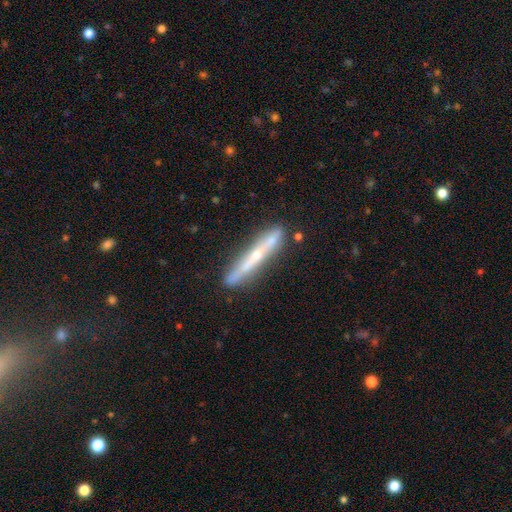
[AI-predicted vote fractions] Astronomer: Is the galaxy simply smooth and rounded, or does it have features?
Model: featured or disk — 69%.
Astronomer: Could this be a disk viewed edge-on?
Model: yes — 93%.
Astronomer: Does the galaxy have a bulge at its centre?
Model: rounded — 70%.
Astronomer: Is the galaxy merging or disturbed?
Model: none — 81%.